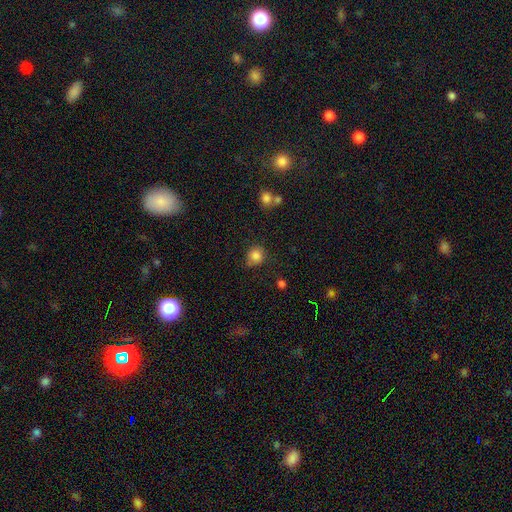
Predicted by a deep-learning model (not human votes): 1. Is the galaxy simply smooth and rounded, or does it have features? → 84% smooth, 10% star or artifact, 6% featured or disk.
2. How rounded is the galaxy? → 80% round, 19% in between, 1% cigar-shaped.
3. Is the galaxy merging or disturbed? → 67% none, 23% minor disturbance, 6% major disturbance, 4% merger.